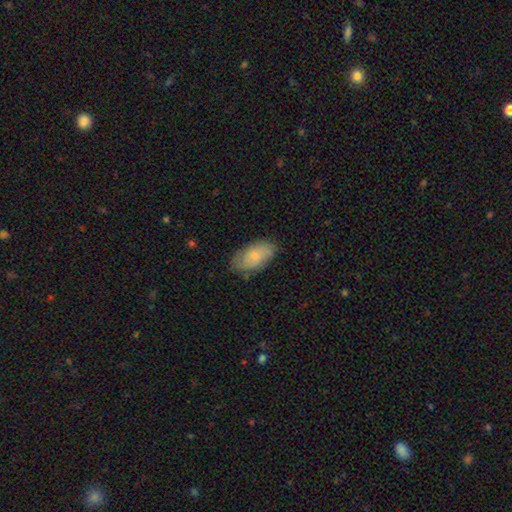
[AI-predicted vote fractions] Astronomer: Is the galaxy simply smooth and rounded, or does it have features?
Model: smooth — 64%.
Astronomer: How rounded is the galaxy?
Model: in between — 93%.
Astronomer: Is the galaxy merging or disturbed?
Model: none — 75%.